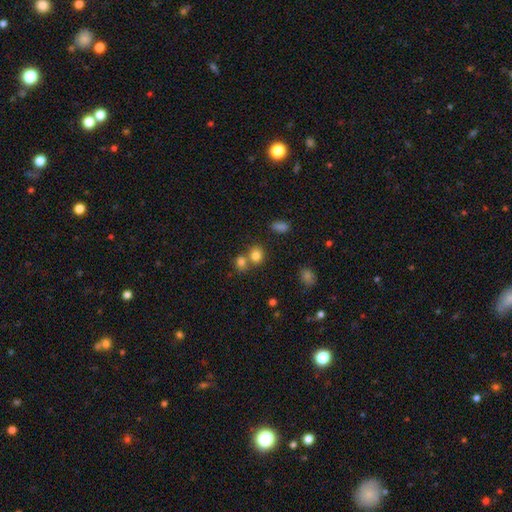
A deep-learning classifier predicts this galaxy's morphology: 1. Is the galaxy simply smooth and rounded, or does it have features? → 79% smooth, 13% star or artifact, 8% featured or disk.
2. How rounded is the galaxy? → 71% round, 28% in between, 1% cigar-shaped.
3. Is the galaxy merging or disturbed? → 50% none, 40% merger, 8% minor disturbance, 3% major disturbance.